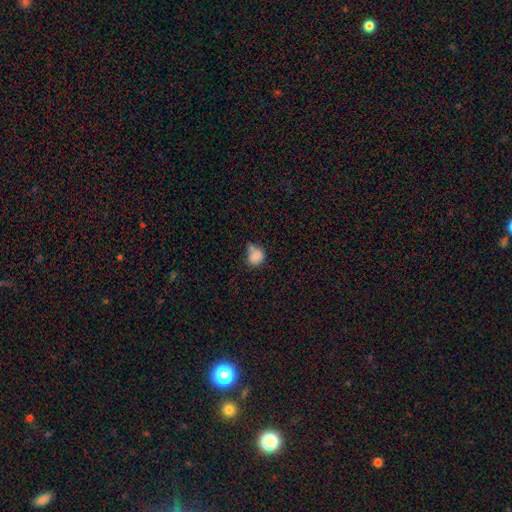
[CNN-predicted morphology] smooth 82%, star or artifact 10%, featured or disk 8%. Down the decision tree: how rounded — round (64%); merging — none (39%).